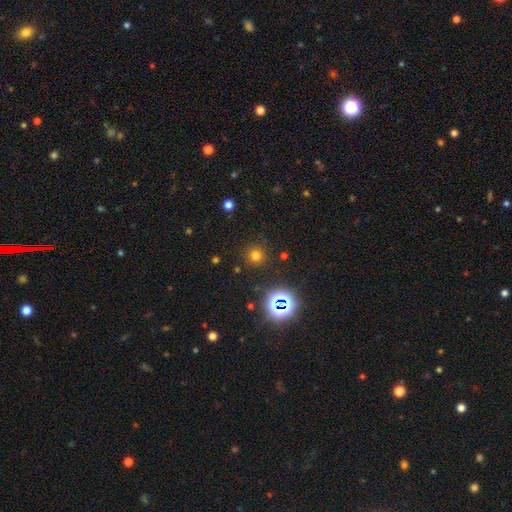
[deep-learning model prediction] Smooth or featured? Predicted: smooth (p=0.69). How rounded? Predicted: round (p=0.94). Merging? Predicted: none (p=0.89).